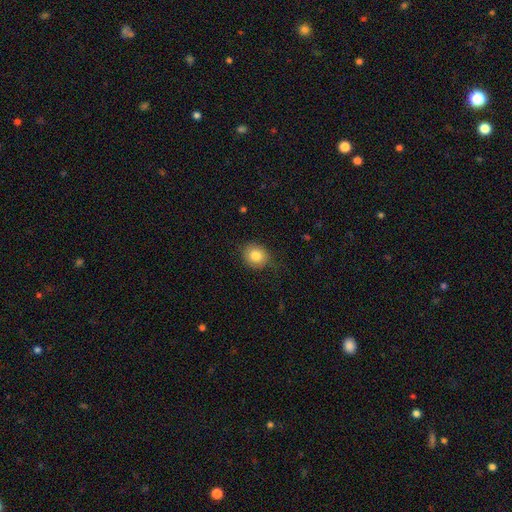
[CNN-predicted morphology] smooth 82%, star or artifact 9%, featured or disk 8%. Down the decision tree: how rounded — round (73%); merging — none (78%).